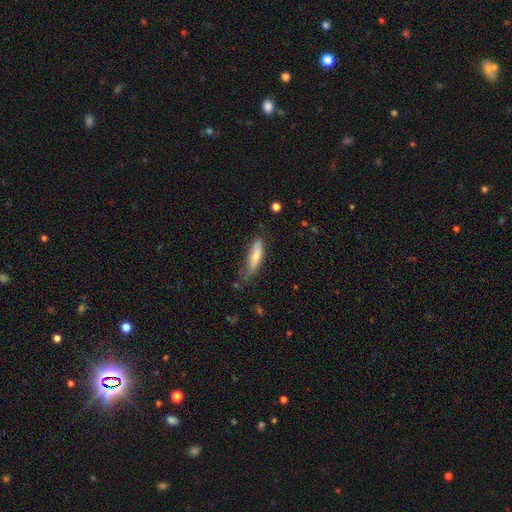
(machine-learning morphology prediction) A smooth galaxy with no disk features (73%) that is cigar-shaped (66%). Merging: none (49%).